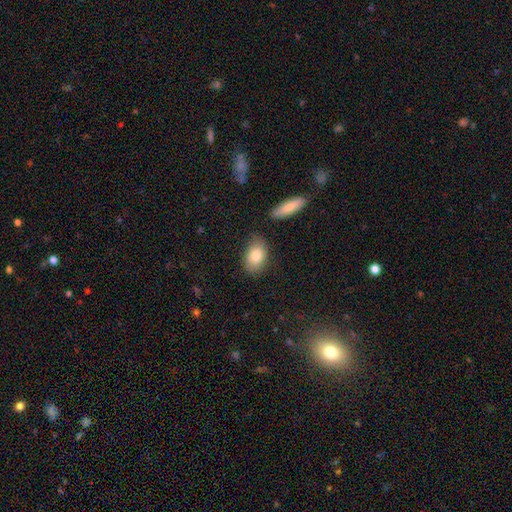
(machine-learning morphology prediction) smooth_or_featured: smooth (p=0.80) [alt: featured or disk p=0.12]
how_rounded: in between (p=0.86) [alt: round p=0.12]
merging: none (p=0.75) [alt: minor disturbance p=0.17]